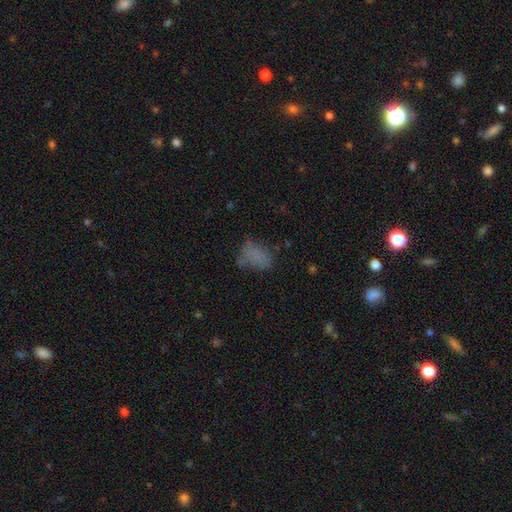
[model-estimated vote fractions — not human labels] smooth_or_featured: smooth (p=0.73) [alt: star or artifact p=0.15]
how_rounded: in between (p=0.85) [alt: round p=0.12]
merging: none (p=0.53) [alt: minor disturbance p=0.25]